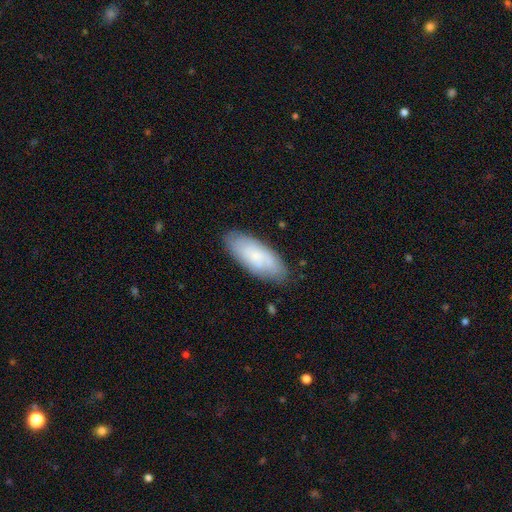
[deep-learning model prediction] This appears to be a smooth galaxy with no disk features (58%) that is in between round and cigar-shaped (79%). Merging: none (81%).